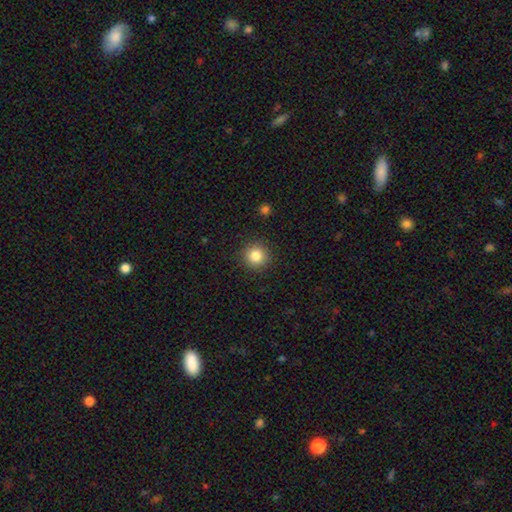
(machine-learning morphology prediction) A smooth galaxy with no disk features (83%) that is round (94%).

Vote fractions:
- Smooth or featured? smooth: 83% / star or artifact: 11% / featured or disk: 6%
- How rounded? round: 94% / in between: 5% / cigar-shaped: 1%
- Merging? none: 91% / minor disturbance: 6% / major disturbance: 2% / merger: 1%